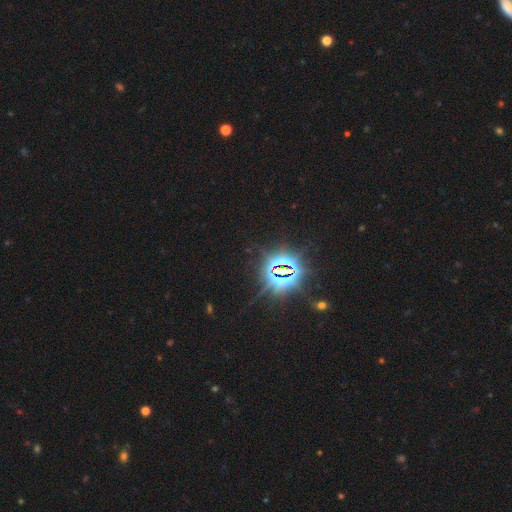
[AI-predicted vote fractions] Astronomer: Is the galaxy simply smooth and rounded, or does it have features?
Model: star or artifact — 86%.